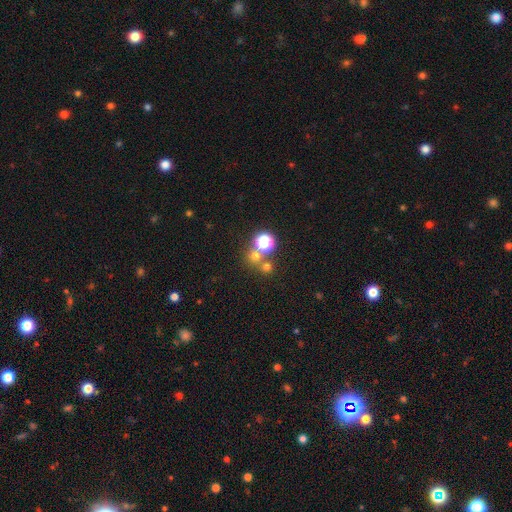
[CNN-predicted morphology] smooth_or_featured: smooth (p=0.63) [alt: star or artifact p=0.29]
how_rounded: round (p=0.90) [alt: in between p=0.08]
merging: none (p=0.63) [alt: merger p=0.28]